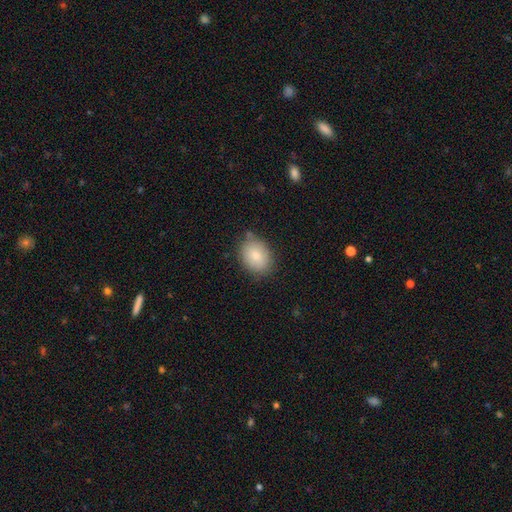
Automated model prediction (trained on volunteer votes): Smooth or featured? smooth (82%)
How rounded? in between (67%)
Merging? none (74%)